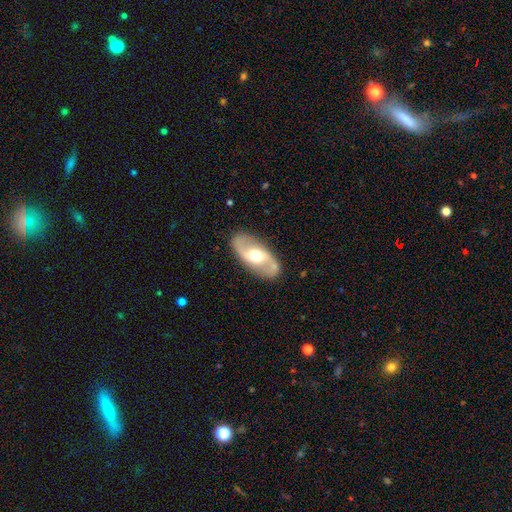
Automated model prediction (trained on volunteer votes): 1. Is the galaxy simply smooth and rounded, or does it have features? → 75% featured or disk, 20% smooth, 5% star or artifact.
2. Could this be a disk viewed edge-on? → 93% no, 7% yes.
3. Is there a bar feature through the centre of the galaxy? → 48% no, 37% weak, 16% strong.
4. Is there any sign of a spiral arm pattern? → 83% yes, 17% no.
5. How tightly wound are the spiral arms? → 53% loose, 36% medium, 11% tight.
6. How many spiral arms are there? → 92% 2, 4% can't tell, 2% 1, 1% 3, 1% more than 4, 1% 4.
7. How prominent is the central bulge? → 72% moderate, 17% large, 8% small, 1% dominant, 1% none.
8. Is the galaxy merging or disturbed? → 86% none, 9% minor disturbance, 3% major disturbance, 1% merger.